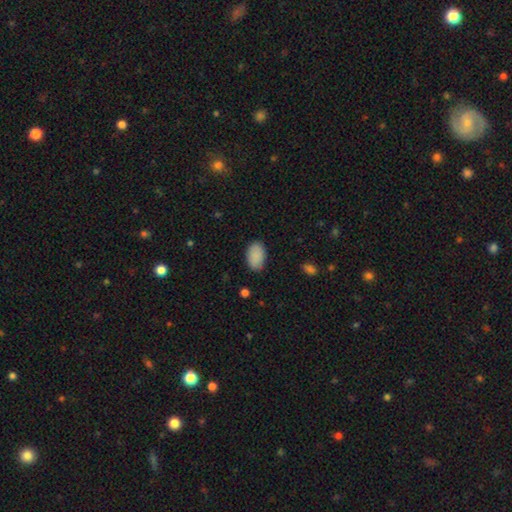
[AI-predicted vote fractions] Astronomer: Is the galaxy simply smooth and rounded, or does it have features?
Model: smooth — 89%.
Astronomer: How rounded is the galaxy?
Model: in between — 93%.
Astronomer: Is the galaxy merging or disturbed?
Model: none — 83%.